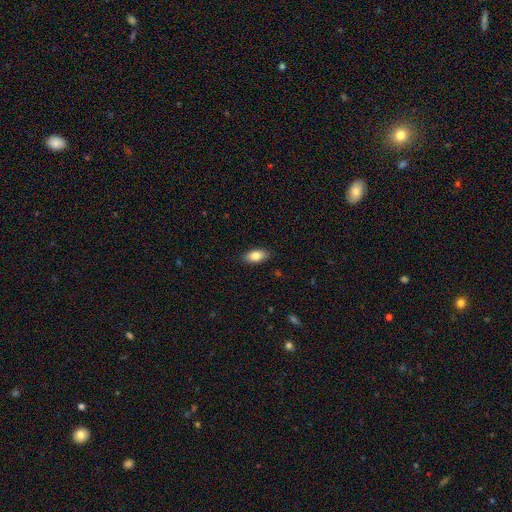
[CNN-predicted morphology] smooth_or_featured: smooth (p=0.82) [alt: featured or disk p=0.11]
how_rounded: in between (p=0.90) [alt: cigar-shaped p=0.06]
merging: none (p=0.89) [alt: minor disturbance p=0.09]